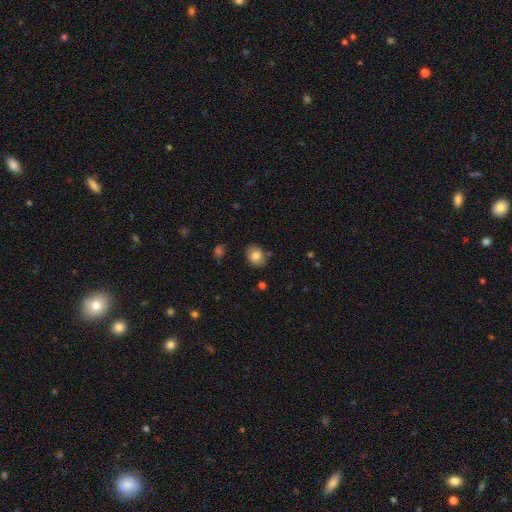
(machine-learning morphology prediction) Smooth or featured?
  - smooth: 82% *
  - star or artifact: 9%
  - featured or disk: 9%
How rounded?
  - round: 51% *
  - in between: 48%
  - cigar-shaped: 1%
Merging?
  - none: 81% *
  - minor disturbance: 13%
  - merger: 3%
  - major disturbance: 3%